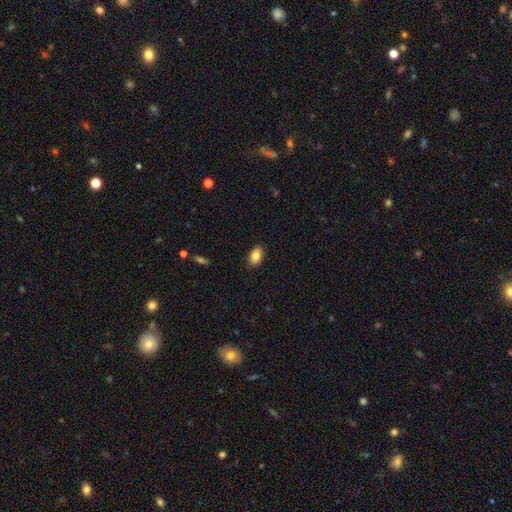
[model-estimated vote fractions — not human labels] Smooth or featured?
  - smooth: 84% *
  - featured or disk: 9%
  - star or artifact: 8%
How rounded?
  - in between: 90% *
  - round: 8%
  - cigar-shaped: 2%
Merging?
  - none: 88% *
  - minor disturbance: 9%
  - major disturbance: 2%
  - merger: 1%